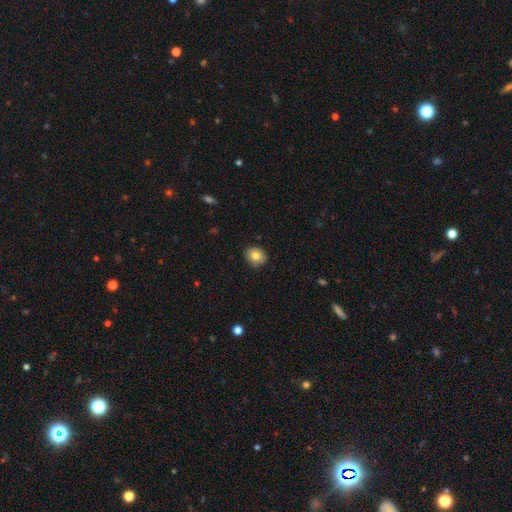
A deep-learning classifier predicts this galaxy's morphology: This is likely a smooth galaxy (79%). How rounded: likely round (72%). Merging: clearly none (84%).